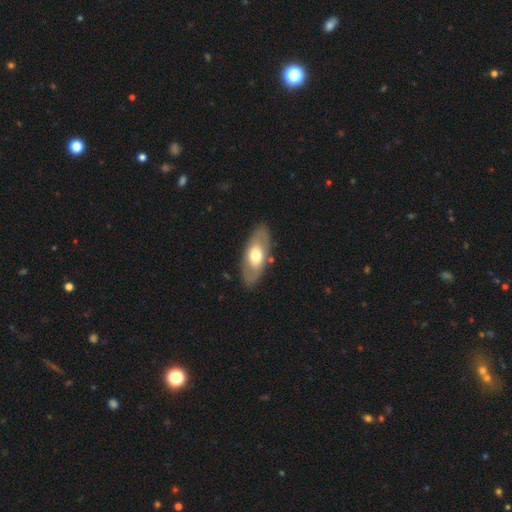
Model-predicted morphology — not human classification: type=smooth (53%); roundness=in between (86%); merging=none (84%).